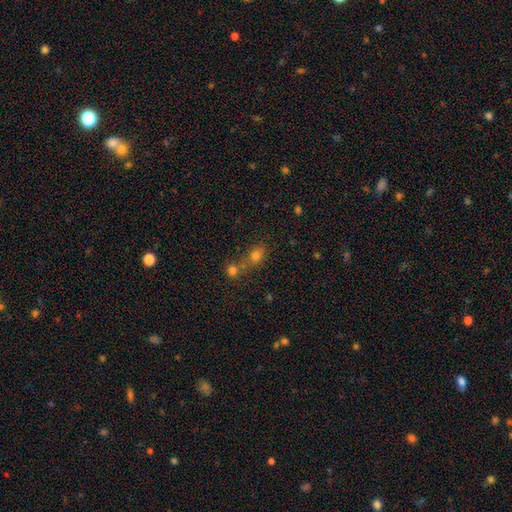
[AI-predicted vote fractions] Smooth or featured? smooth (69%)
How rounded? in between (50%)
Merging? none (50%)